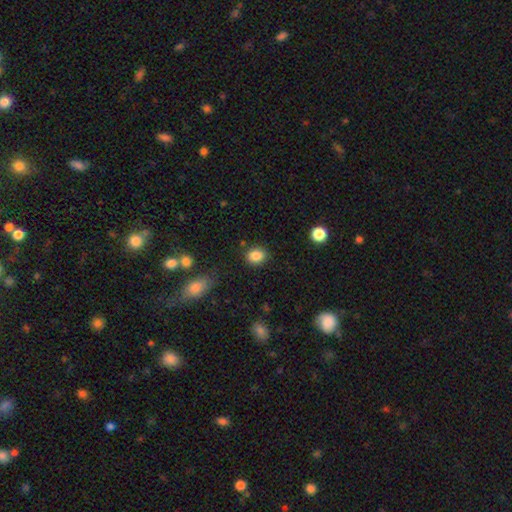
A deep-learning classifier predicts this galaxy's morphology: Smooth or featured: smooth — 86% (star or artifact — 10%)
How rounded: round — 51% (in between — 47%)
Merging: none — 84% (minor disturbance — 11%)